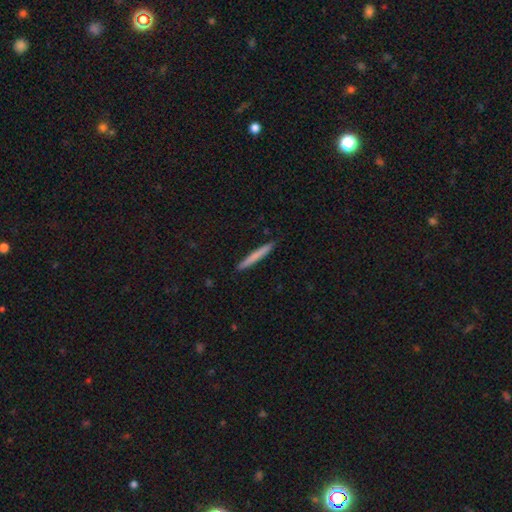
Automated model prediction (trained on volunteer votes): Smooth or featured? Predicted: smooth (p=0.71). How rounded? Predicted: cigar-shaped (p=0.97). Merging? Predicted: none (p=0.92).